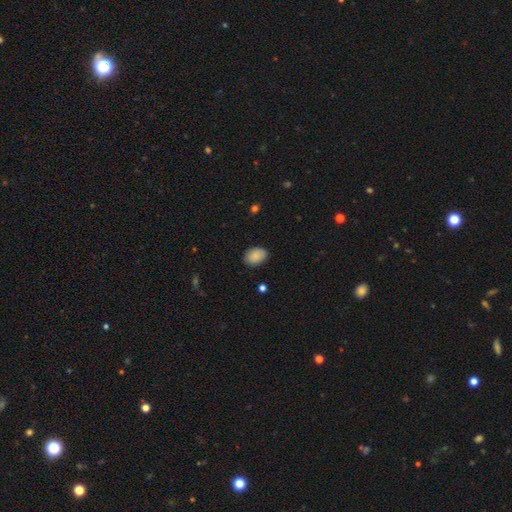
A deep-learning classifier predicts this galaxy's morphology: This is clearly a smooth galaxy (88%). How rounded: clearly in between (83%). Merging: clearly none (85%).